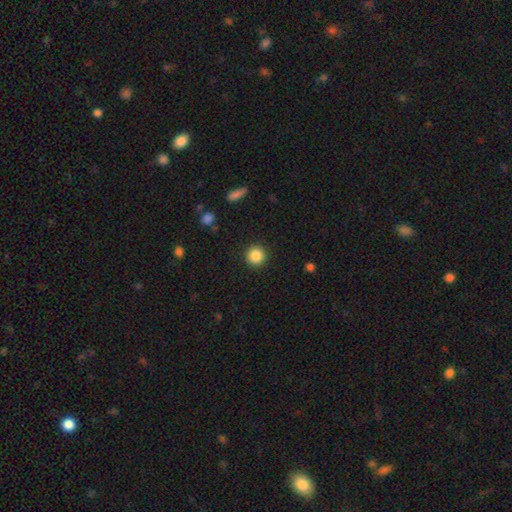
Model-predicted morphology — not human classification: Q: Smooth or featured?
A: smooth (86%); runner-up: star or artifact (10%)
Q: How rounded?
A: round (95%); runner-up: in between (4%)
Q: Merging?
A: none (92%); runner-up: minor disturbance (5%)